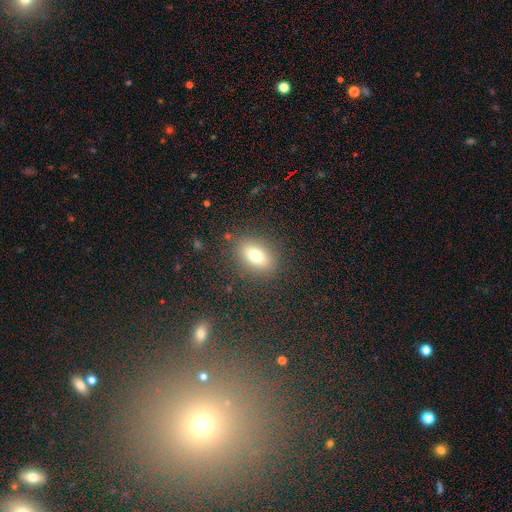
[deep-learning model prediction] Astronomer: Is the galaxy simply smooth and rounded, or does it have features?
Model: smooth — 75%.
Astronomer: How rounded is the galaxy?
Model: in between — 78%.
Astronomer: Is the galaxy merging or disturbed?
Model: none — 84%.